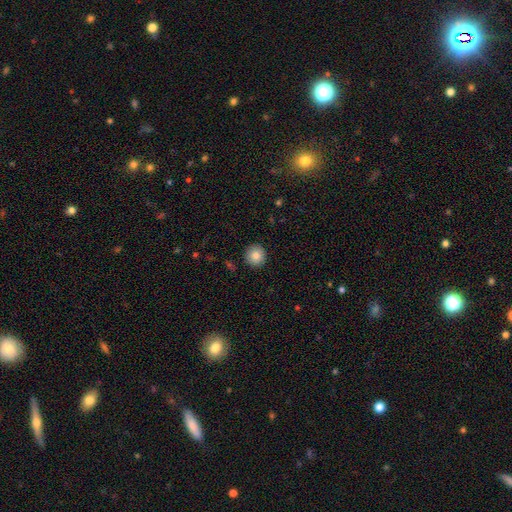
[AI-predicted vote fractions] Smooth or featured? smooth (84%)
How rounded? round (92%)
Merging? none (91%)